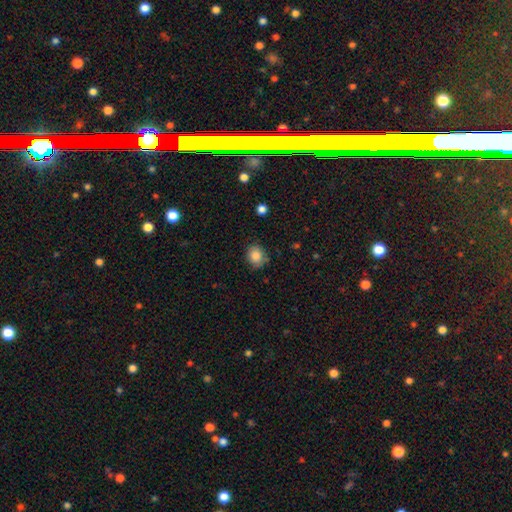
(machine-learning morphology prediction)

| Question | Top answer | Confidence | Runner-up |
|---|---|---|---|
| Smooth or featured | smooth | 85% | star or artifact (9%) |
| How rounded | round | 73% | in between (26%) |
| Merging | none | 77% | minor disturbance (18%) |